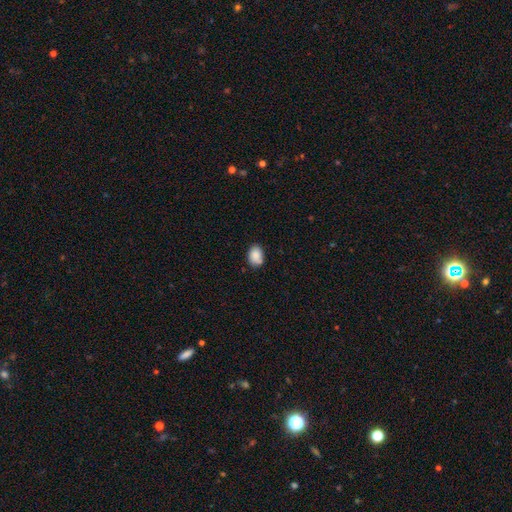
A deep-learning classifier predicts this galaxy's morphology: smooth-or-featured: smooth: 87% | star or artifact: 8% | featured or disk: 5%
  how-rounded: in between: 73% | round: 26% | cigar-shaped: 1%
  merging: none: 73% | minor disturbance: 19% | merger: 4% | major disturbance: 3%